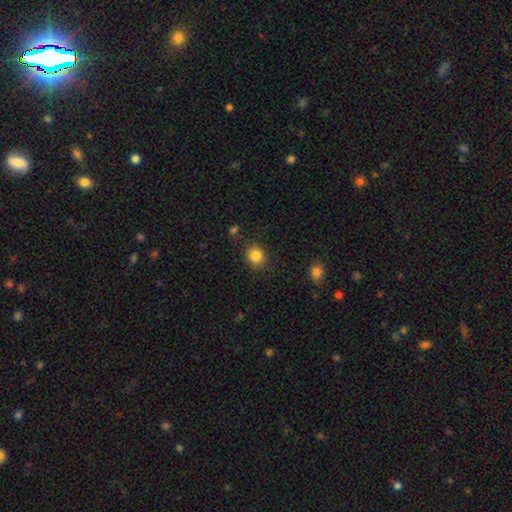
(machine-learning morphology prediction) smooth_or_featured: smooth (p=0.85) [alt: star or artifact p=0.10]
how_rounded: round (p=0.72) [alt: in between p=0.27]
merging: none (p=0.84) [alt: minor disturbance p=0.10]